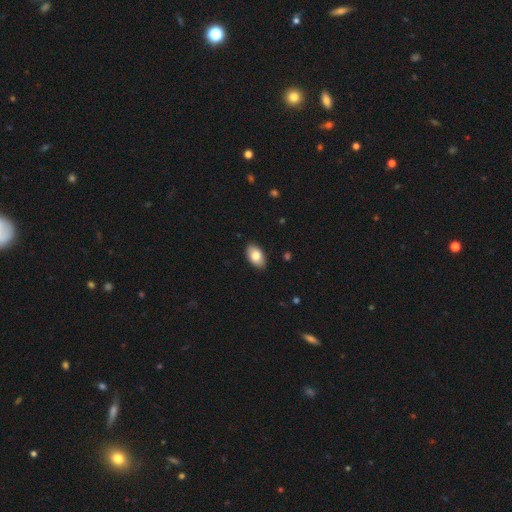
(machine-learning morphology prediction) type=smooth (81%); roundness=in between (94%); merging=none (87%).